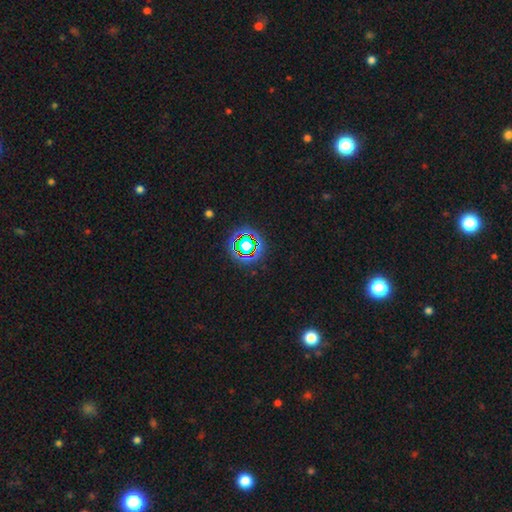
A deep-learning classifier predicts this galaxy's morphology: type=star or artifact (68%).